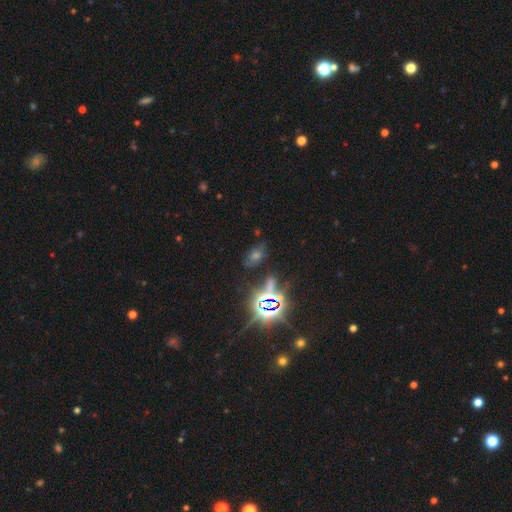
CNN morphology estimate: Smooth or featured? star or artifact (65%)